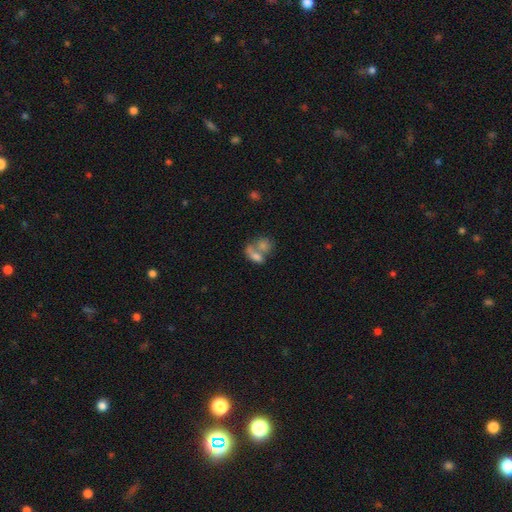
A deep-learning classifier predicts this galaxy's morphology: Q: Smooth or featured?
A: smooth (72%); runner-up: featured or disk (19%)
Q: How rounded?
A: in between (77%); runner-up: round (19%)
Q: Merging?
A: merger (67%); runner-up: none (19%)